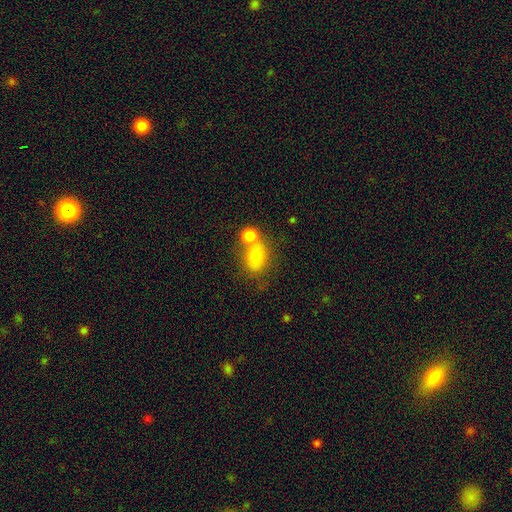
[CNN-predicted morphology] Smooth or featured? smooth (77%)
How rounded? round (50%)
Merging? merger (43%)